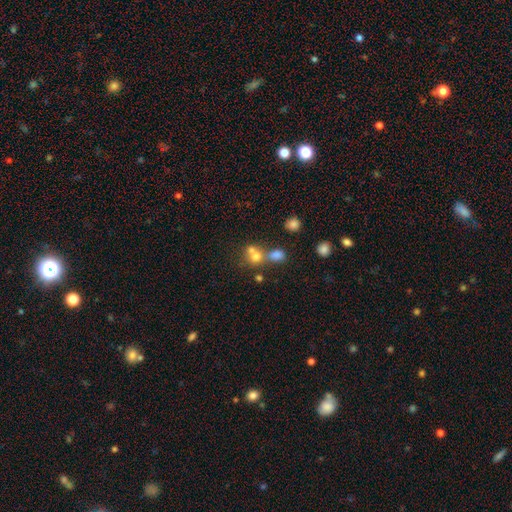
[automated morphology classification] Smooth or featured? smooth (67%)
How rounded? round (78%)
Merging? merger (55%)